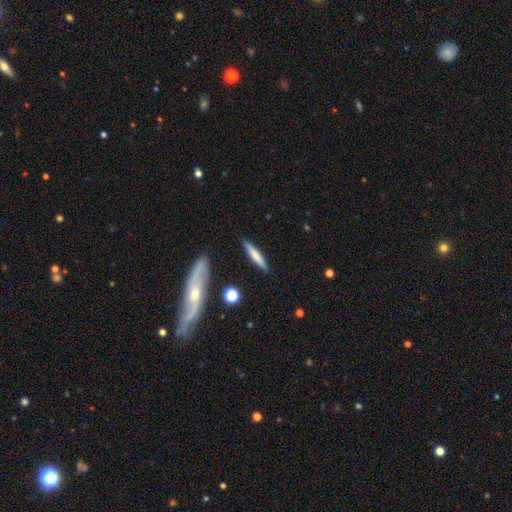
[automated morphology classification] This is likely a smooth galaxy (63%). How rounded: clearly cigar-shaped (89%). Merging: clearly none (86%).